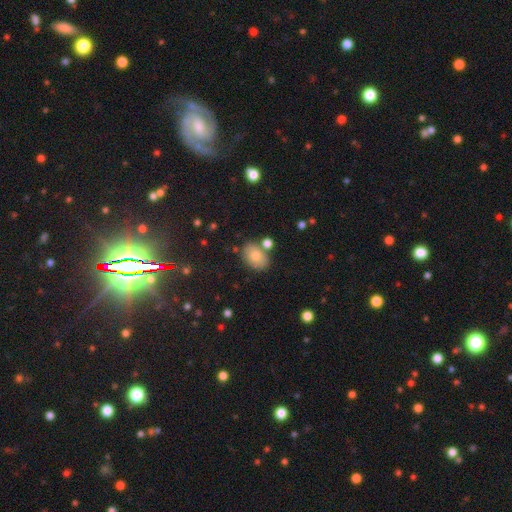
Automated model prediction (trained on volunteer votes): Smooth or featured: smooth — 77% (featured or disk — 14%)
How rounded: in between — 79% (round — 20%)
Merging: none — 71% (minor disturbance — 13%)